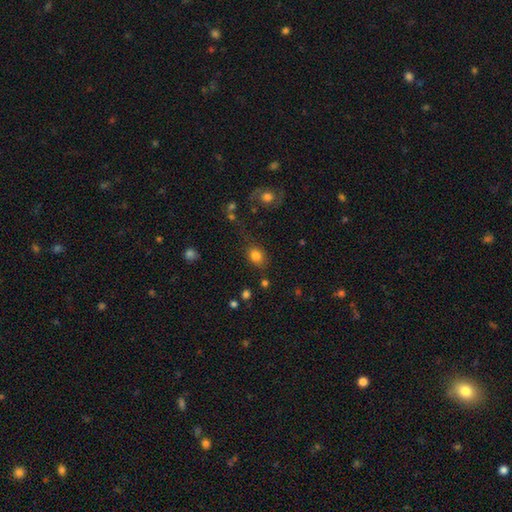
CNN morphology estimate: type=smooth (81%); roundness=in between (52%); merging=none (70%).